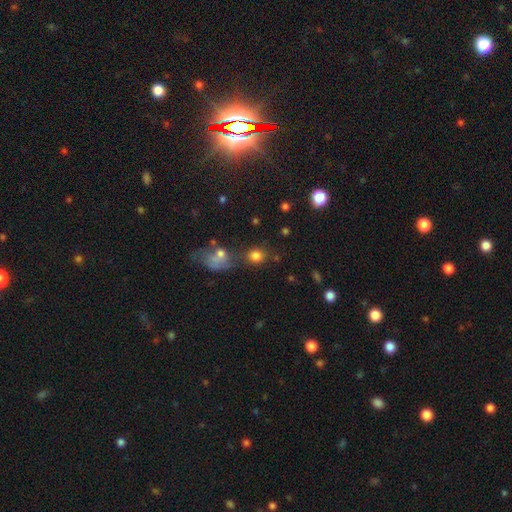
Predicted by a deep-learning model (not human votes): smooth 80%, star or artifact 12%, featured or disk 8%. Down the decision tree: how rounded — round (67%); merging — none (62%).